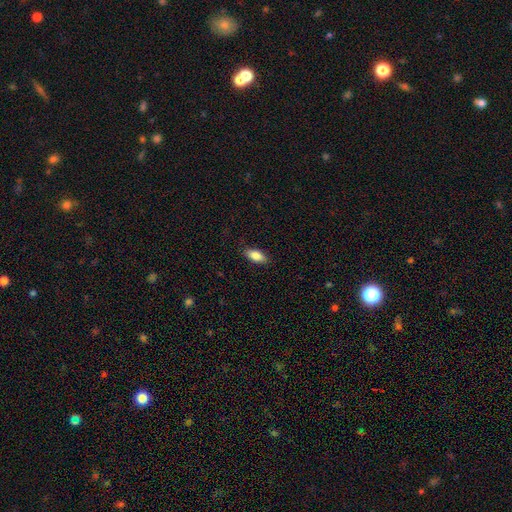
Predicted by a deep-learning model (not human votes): Smooth or featured? Predicted: smooth (p=0.83). How rounded? Predicted: in between (p=0.85). Merging? Predicted: none (p=0.87).